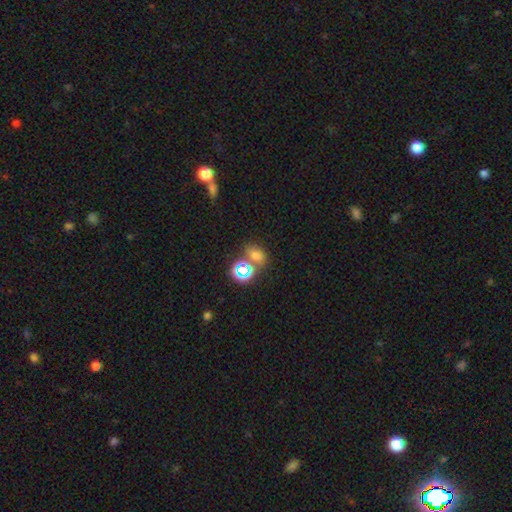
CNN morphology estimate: smooth 61%, star or artifact 31%, featured or disk 9%. Down the decision tree: how rounded — in between (64%); merging — none (60%).